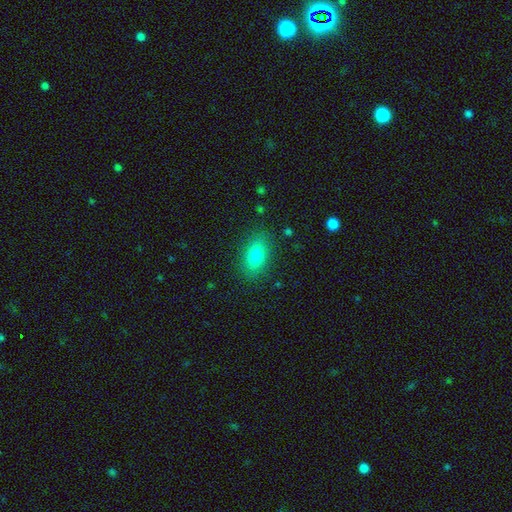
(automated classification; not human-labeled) Smooth or featured? Predicted: smooth (p=0.81). How rounded? Predicted: in between (p=0.86). Merging? Predicted: none (p=0.85).